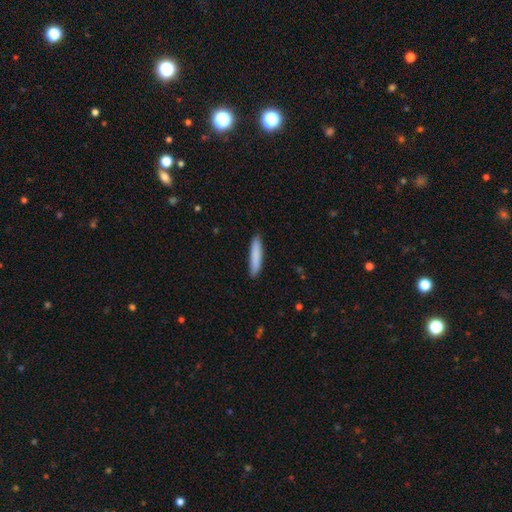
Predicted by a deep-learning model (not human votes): smooth 85%, featured or disk 9%, star or artifact 5%. Down the decision tree: how rounded — cigar-shaped (89%); merging — none (89%).